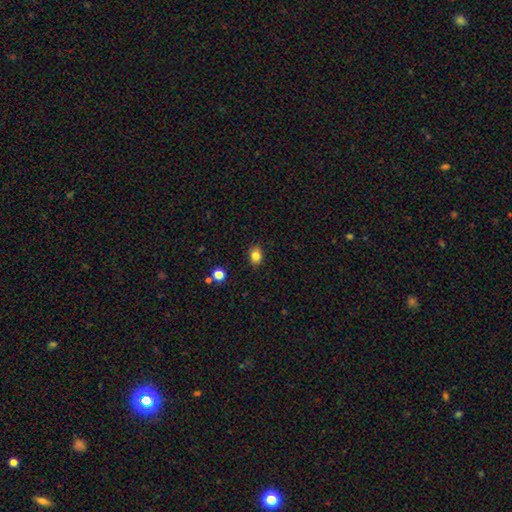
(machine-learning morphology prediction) Q: Smooth or featured?
A: smooth (84%); runner-up: star or artifact (10%)
Q: How rounded?
A: in between (65%); runner-up: round (34%)
Q: Merging?
A: none (87%); runner-up: minor disturbance (9%)